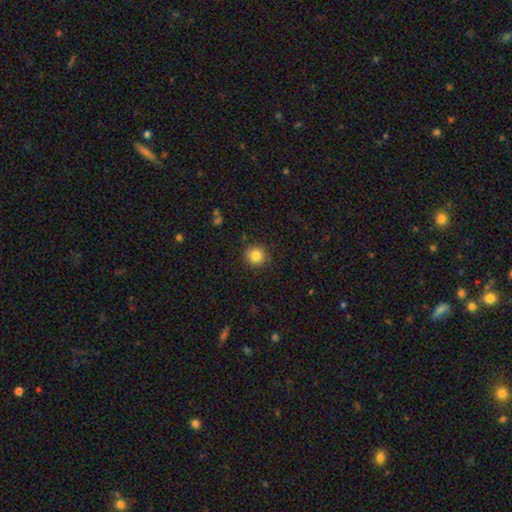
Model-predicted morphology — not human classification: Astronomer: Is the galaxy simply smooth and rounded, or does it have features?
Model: smooth — 84%.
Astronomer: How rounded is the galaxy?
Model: round — 92%.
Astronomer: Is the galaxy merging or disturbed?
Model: none — 87%.